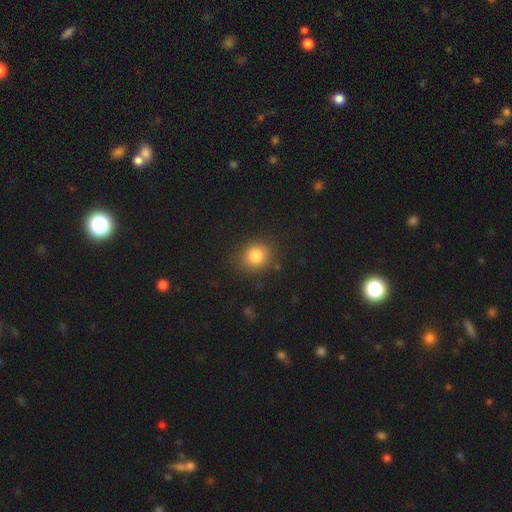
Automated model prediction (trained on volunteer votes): Smooth or featured? Predicted: smooth (p=0.83). How rounded? Predicted: round (p=0.79). Merging? Predicted: none (p=0.83).